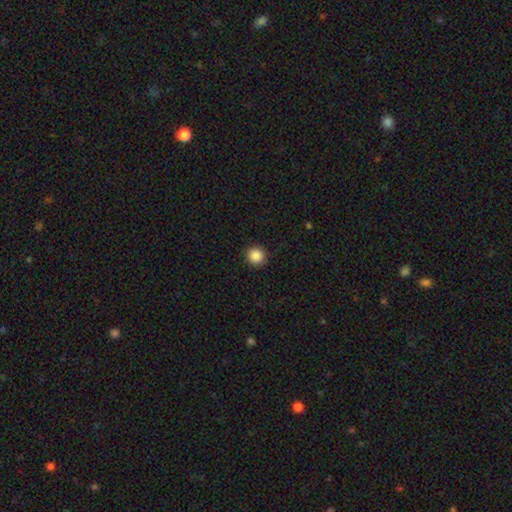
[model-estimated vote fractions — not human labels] Q: Smooth or featured?
A: smooth (87%); runner-up: star or artifact (10%)
Q: How rounded?
A: round (95%); runner-up: in between (4%)
Q: Merging?
A: none (92%); runner-up: minor disturbance (5%)